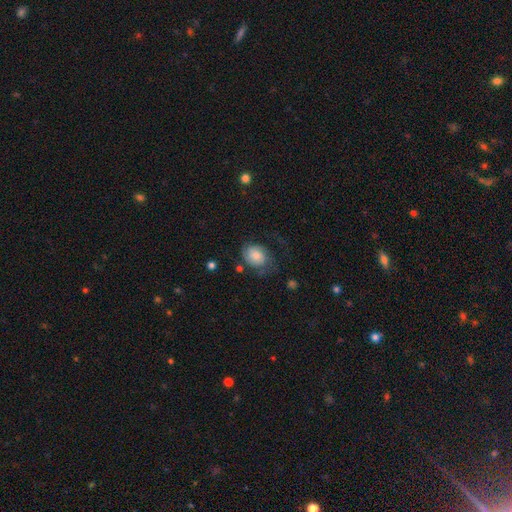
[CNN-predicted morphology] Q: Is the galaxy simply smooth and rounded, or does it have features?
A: smooth — 46%.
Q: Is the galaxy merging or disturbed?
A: none — 49%.